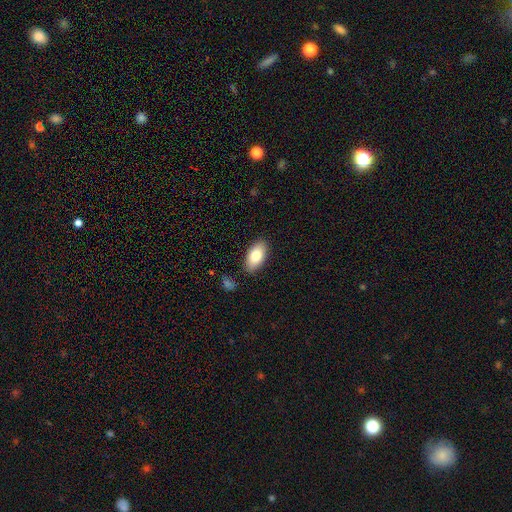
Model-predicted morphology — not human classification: smooth 81%, featured or disk 12%, star or artifact 7%. Down the decision tree: how rounded — in between (93%); merging — none (85%).